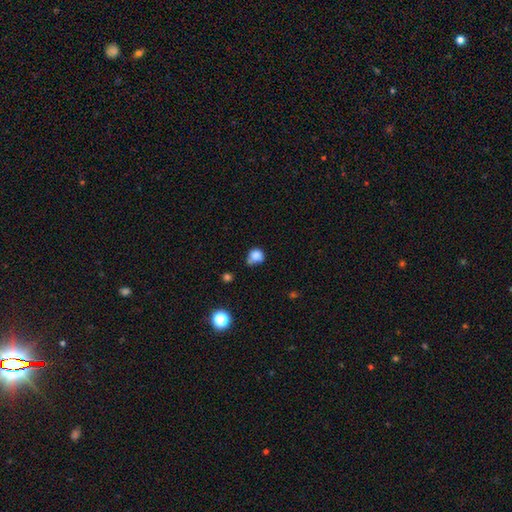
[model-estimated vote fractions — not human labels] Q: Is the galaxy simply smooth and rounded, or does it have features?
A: smooth — 81%.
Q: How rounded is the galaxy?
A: round — 75%.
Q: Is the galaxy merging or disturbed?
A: none — 39%.